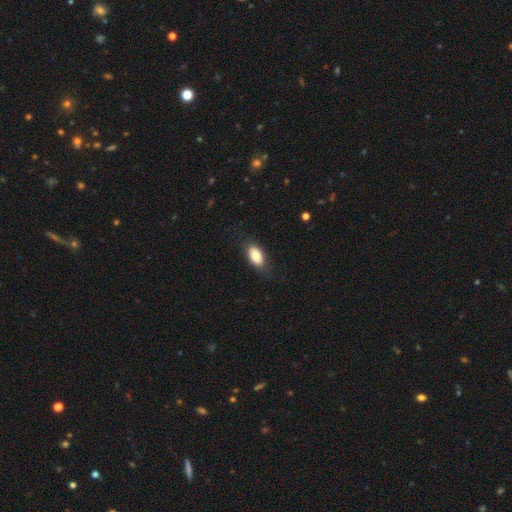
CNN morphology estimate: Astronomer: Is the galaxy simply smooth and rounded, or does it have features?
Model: smooth — 80%.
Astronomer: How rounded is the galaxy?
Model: in between — 92%.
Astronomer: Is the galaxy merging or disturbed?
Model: none — 81%.